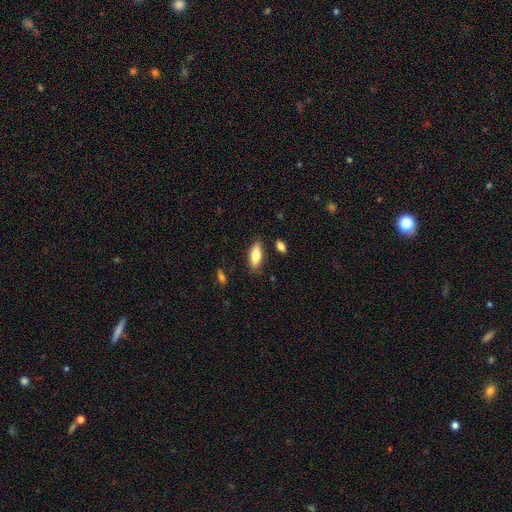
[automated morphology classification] This is likely a smooth galaxy (74%). How rounded: likely in between (74%). Merging: clearly none (83%).